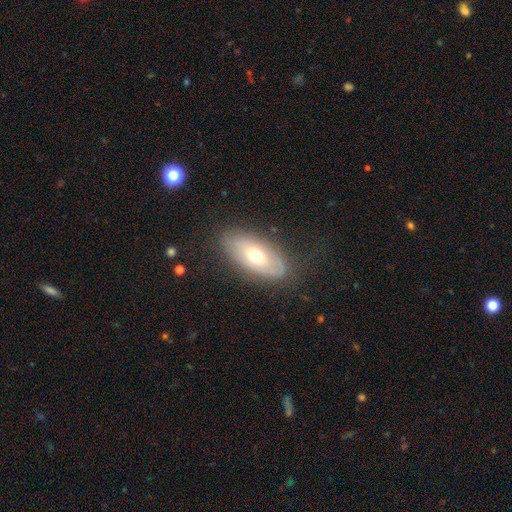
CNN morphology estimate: Smooth or featured?
  - smooth: 54% *
  - featured or disk: 38%
  - star or artifact: 8%
How rounded?
  - in between: 89% *
  - cigar-shaped: 7%
  - round: 4%
Merging?
  - none: 79% *
  - minor disturbance: 15%
  - major disturbance: 5%
  - merger: 1%